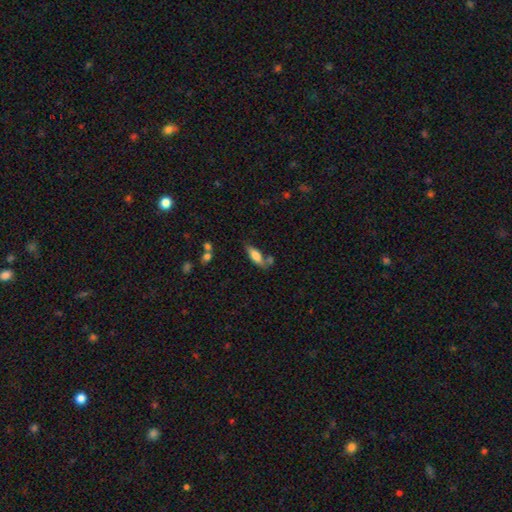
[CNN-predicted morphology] type=smooth (74%); roundness=in between (69%); merging=none (56%).